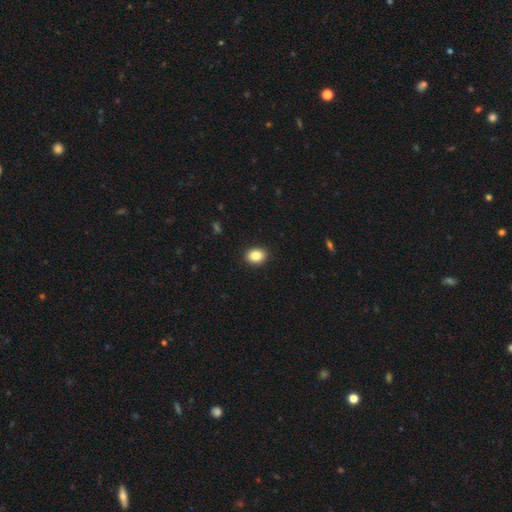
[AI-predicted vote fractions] smooth-or-featured: smooth: 86% | star or artifact: 9% | featured or disk: 5%
  how-rounded: in between: 59% | round: 40% | cigar-shaped: 1%
  merging: none: 91% | minor disturbance: 6% | major disturbance: 2% | merger: 1%